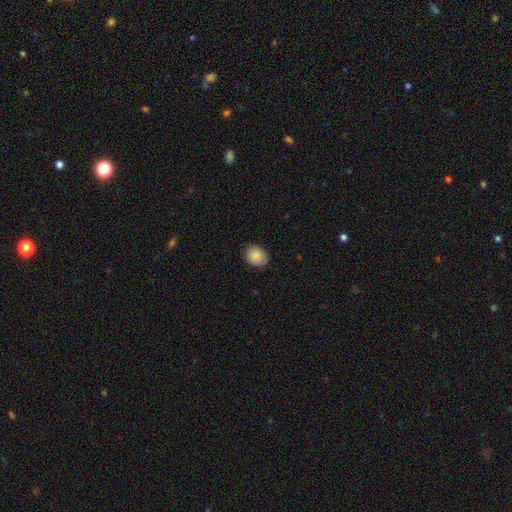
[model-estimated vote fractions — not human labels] smooth_or_featured: smooth (p=0.88) [alt: star or artifact p=0.08]
how_rounded: round (p=0.56) [alt: in between p=0.43]
merging: none (p=0.88) [alt: minor disturbance p=0.09]